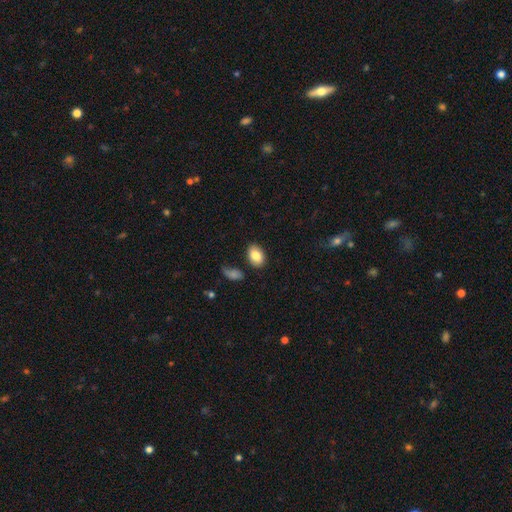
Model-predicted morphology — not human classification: This is clearly a smooth galaxy (84%). How rounded: clearly in between (83%). Merging: likely none (78%).